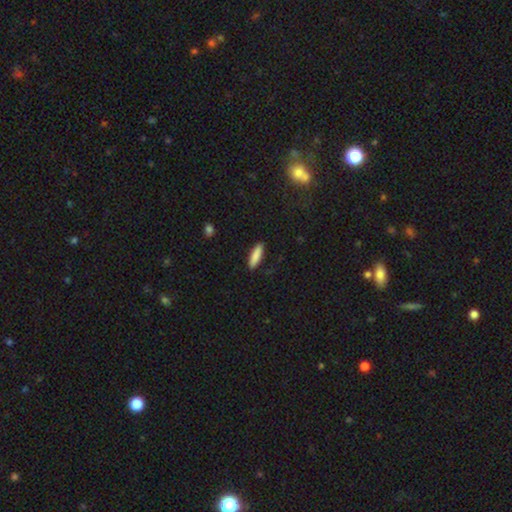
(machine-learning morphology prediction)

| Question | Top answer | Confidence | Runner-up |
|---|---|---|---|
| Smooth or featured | smooth | 86% | featured or disk (8%) |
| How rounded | cigar-shaped | 59% | in between (40%) |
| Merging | none | 88% | minor disturbance (9%) |